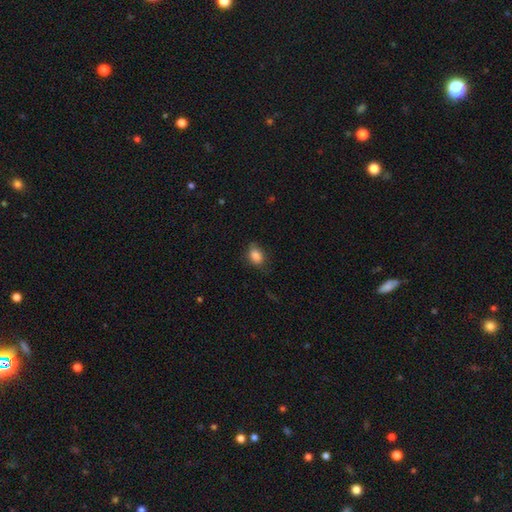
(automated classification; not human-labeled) The model was most divided on "merging": none: 71%, minor disturbance: 23%, major disturbance: 5%, merger: 1%. More confident: smooth or featured — smooth (86%); how rounded — in between (75%).